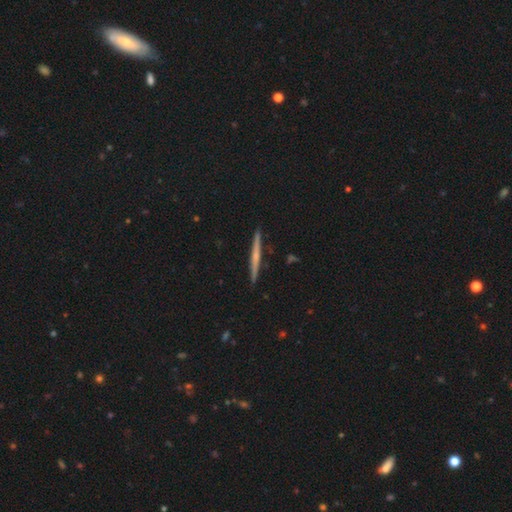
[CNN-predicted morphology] Smooth or featured? Predicted: featured or disk (p=0.59). Edge-on disk? Predicted: yes (p=0.98). Edge-on bulge? Predicted: none (p=0.57). Merging? Predicted: none (p=0.91).